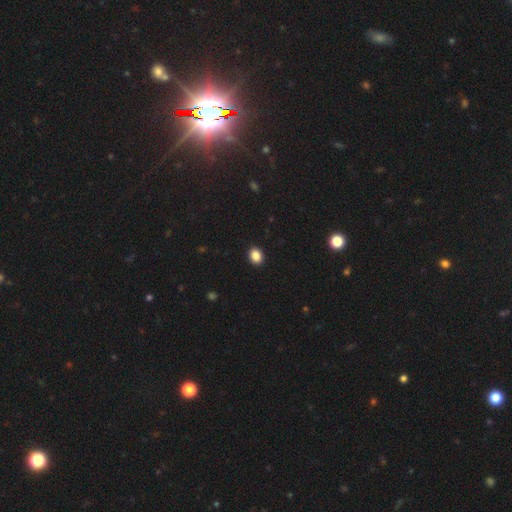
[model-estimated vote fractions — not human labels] Smooth or featured? Predicted: smooth (p=0.88). How rounded? Predicted: round (p=0.51). Merging? Predicted: none (p=0.92).